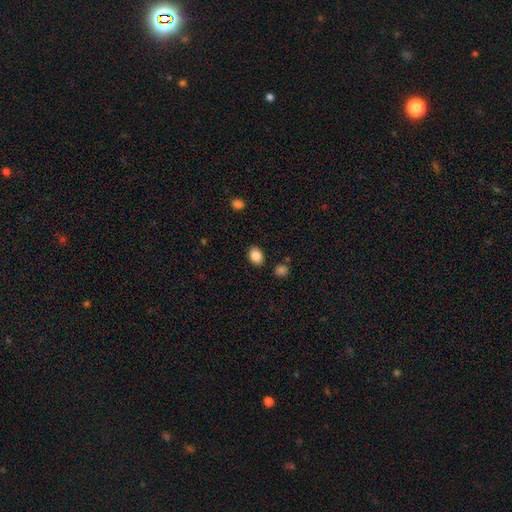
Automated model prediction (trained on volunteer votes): smooth 85%, star or artifact 8%, featured or disk 6%. Down the decision tree: how rounded — in between (71%); merging — none (86%).